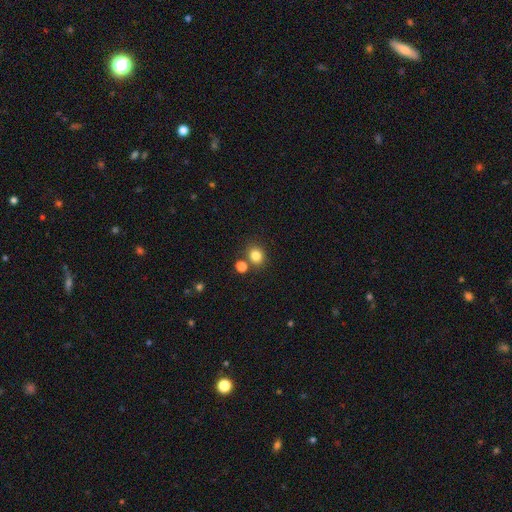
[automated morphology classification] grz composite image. It shows a smooth galaxy with no disk features (82%) that is round (75%). Merging: none (72%).